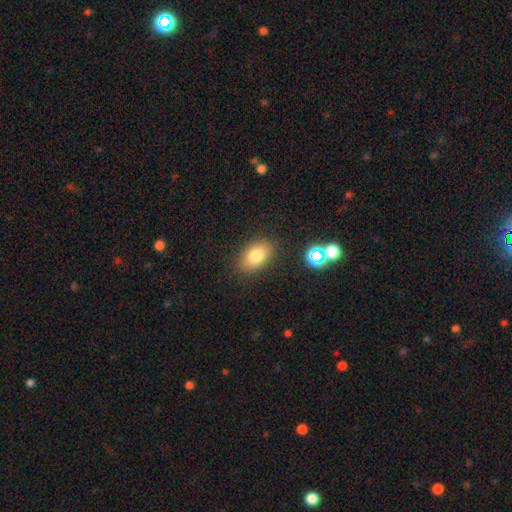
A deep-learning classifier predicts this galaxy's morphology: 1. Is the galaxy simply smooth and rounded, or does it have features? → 80% smooth, 10% star or artifact, 10% featured or disk.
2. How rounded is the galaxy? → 87% in between, 11% round, 2% cigar-shaped.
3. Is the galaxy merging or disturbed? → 85% none, 10% minor disturbance, 3% major disturbance, 2% merger.